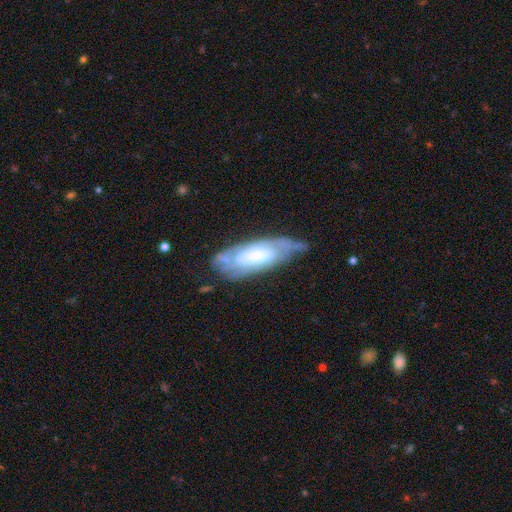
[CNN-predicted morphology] Smooth or featured? Predicted: featured or disk (p=0.64). Edge-on disk? Predicted: no (p=0.84). Bar? Predicted: no (p=0.55). Spiral arms? Predicted: yes (p=0.72). Bulge size? Predicted: moderate (p=0.34). Merging? Predicted: none (p=0.50).